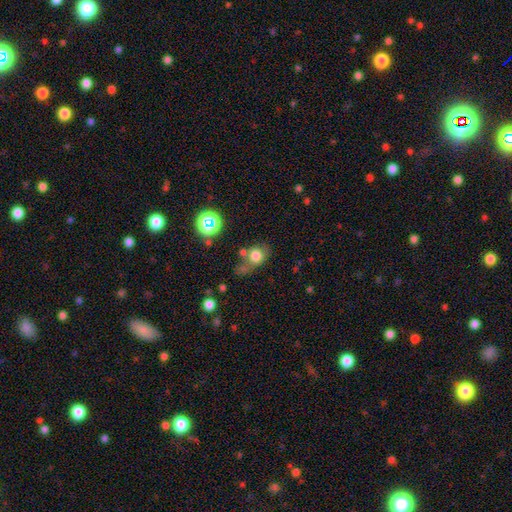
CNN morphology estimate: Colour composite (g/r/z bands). It shows a smooth galaxy with no disk features (74%) that is round (62%). Merging: none (51%).